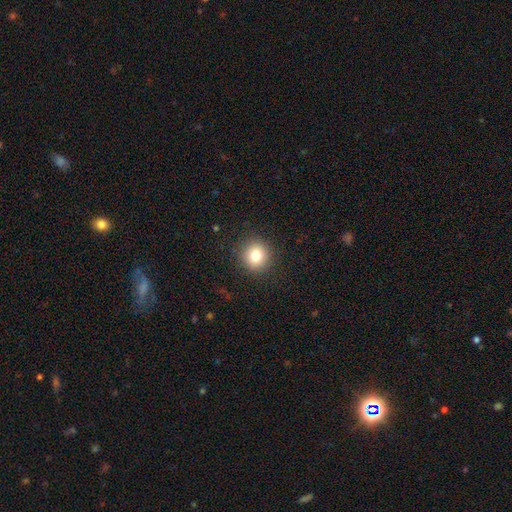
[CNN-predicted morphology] Q: Smooth or featured?
A: smooth (80%); runner-up: star or artifact (12%)
Q: How rounded?
A: round (92%); runner-up: in between (7%)
Q: Merging?
A: none (91%); runner-up: minor disturbance (6%)